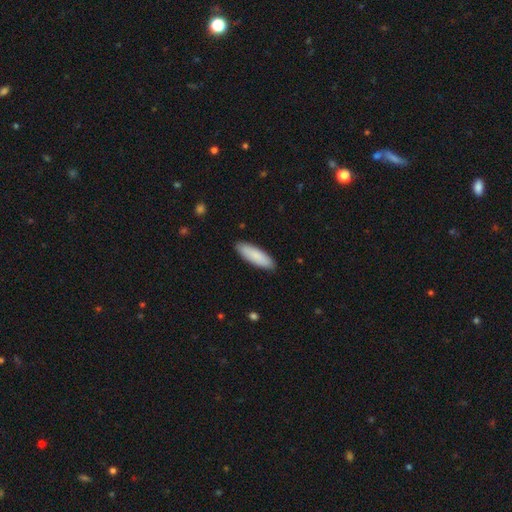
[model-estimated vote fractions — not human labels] A smooth galaxy with no disk features (87%) that is cigar-shaped (49%, tied with in between). Merging: none (89%).